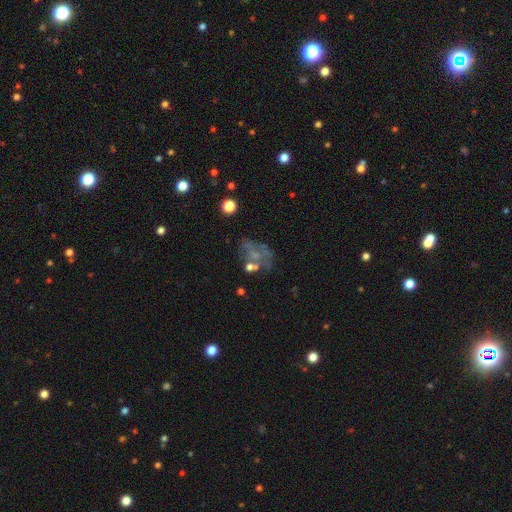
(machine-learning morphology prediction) Q: Smooth or featured?
A: featured or disk (51%); runner-up: smooth (28%)
Q: Edge-on disk?
A: no (97%); runner-up: yes (3%)
Q: Bar?
A: no (85%); runner-up: weak (12%)
Q: Spiral arms?
A: no (79%); runner-up: yes (21%)
Q: Bulge size?
A: none (55%); runner-up: small (28%)
Q: Merging?
A: none (40%); runner-up: major disturbance (27%)